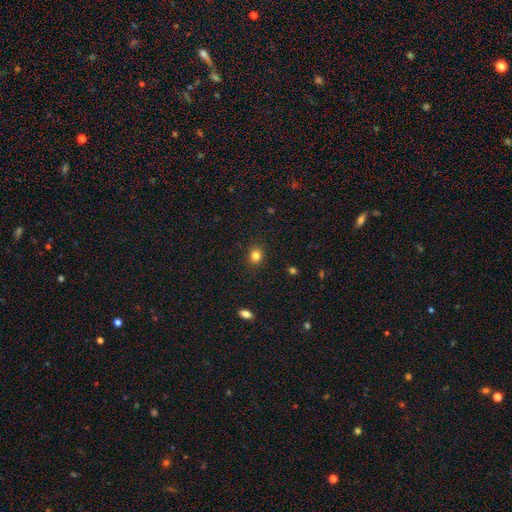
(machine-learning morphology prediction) type=smooth (82%); roundness=round (72%); merging=none (89%).